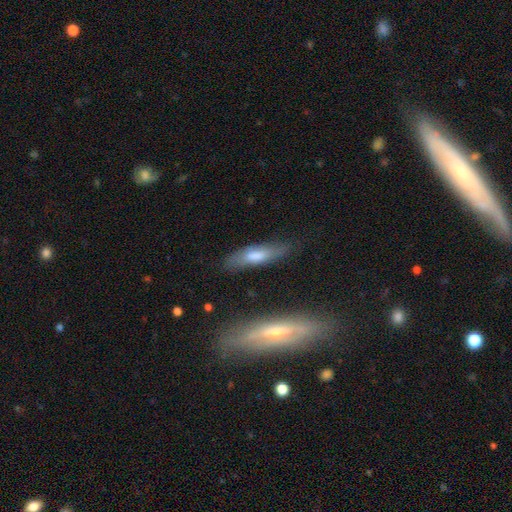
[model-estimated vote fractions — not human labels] smooth-or-featured: smooth: 61% | featured or disk: 32% | star or artifact: 7%
  how-rounded: cigar-shaped: 63% | in between: 35% | round: 2%
  merging: none: 73% | minor disturbance: 18% | major disturbance: 5% | merger: 4%